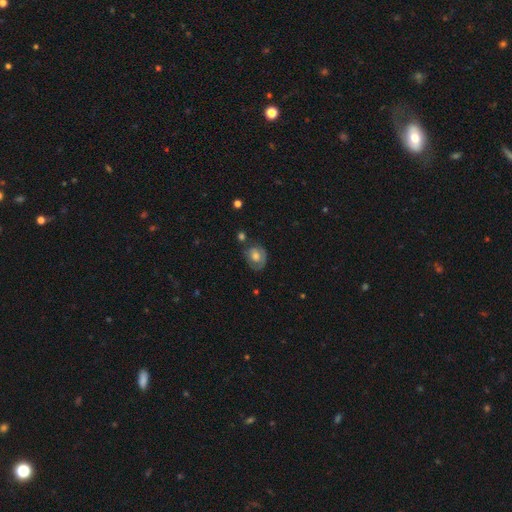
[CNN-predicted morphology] The model was most divided on "smooth or featured": smooth: 48%, featured or disk: 44%, star or artifact: 8%. More confident: merging — none (58%).